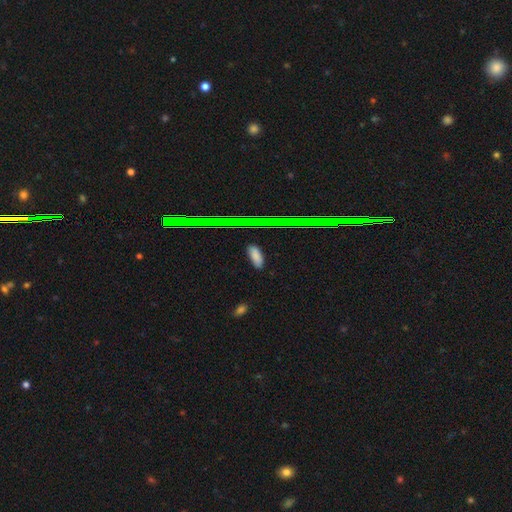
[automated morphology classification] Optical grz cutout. It shows a smooth galaxy with no disk features (80%) that is in between round and cigar-shaped (77%). Merging: none (82%).